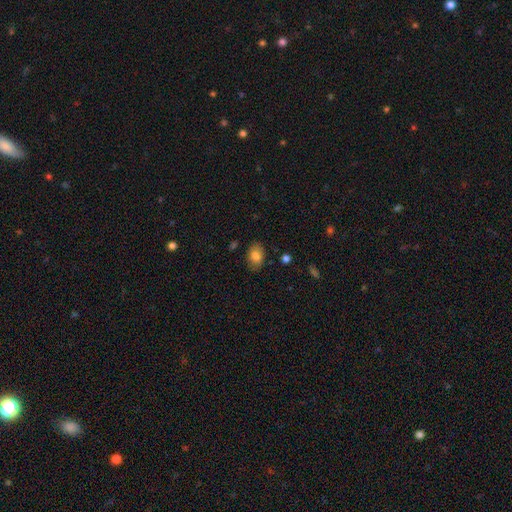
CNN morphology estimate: Q: Smooth or featured?
A: smooth (84%); runner-up: star or artifact (8%)
Q: How rounded?
A: in between (84%); runner-up: round (15%)
Q: Merging?
A: none (82%); runner-up: minor disturbance (13%)